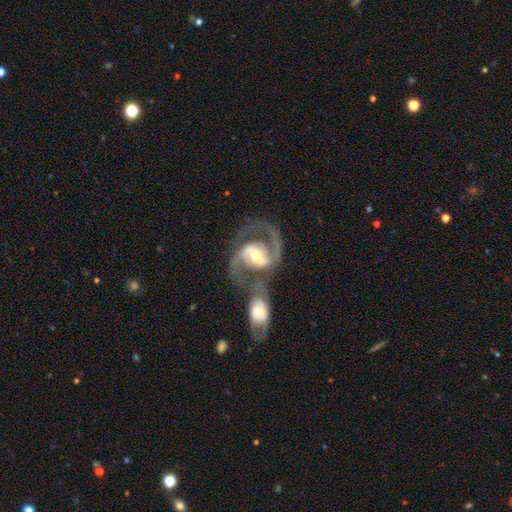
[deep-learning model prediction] featured or disk 91%, smooth 5%, star or artifact 4%. Down the decision tree: edge-on disk — no (98%); bar — weak (40%); spiral arms — yes (97%); spiral arm count — 2 (92%); spiral winding — medium (63%); bulge size — moderate (62%); merging — merger (52%).